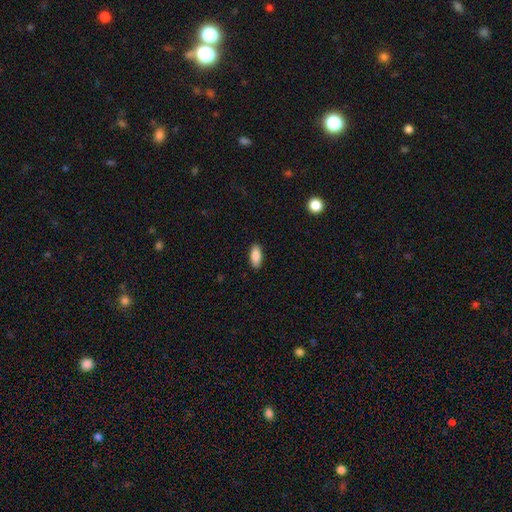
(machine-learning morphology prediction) This appears to be a smooth galaxy with no disk features (88%) that is in between round and cigar-shaped (86%). Merging: none (89%).